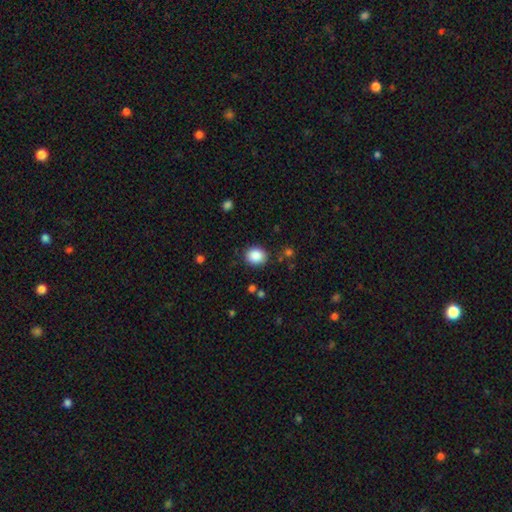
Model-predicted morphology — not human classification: The model was most divided on "how rounded": round: 72%, in between: 28%, cigar-shaped: 1%. More confident: smooth or featured — smooth (87%); merging — none (87%).